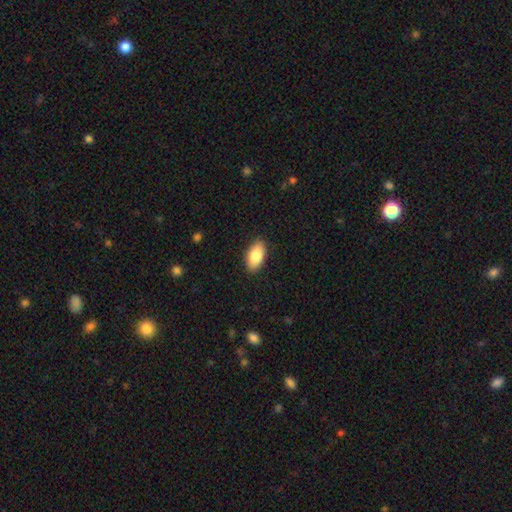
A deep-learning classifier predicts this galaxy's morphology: type=smooth (85%); roundness=in between (94%); merging=none (89%).